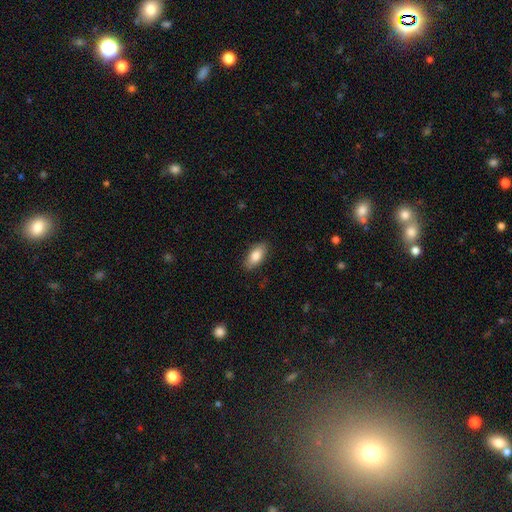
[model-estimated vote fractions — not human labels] smooth-or-featured: smooth: 82% | featured or disk: 12% | star or artifact: 6%
  how-rounded: in between: 86% | cigar-shaped: 11% | round: 3%
  merging: none: 87% | minor disturbance: 10% | major disturbance: 2% | merger: 1%